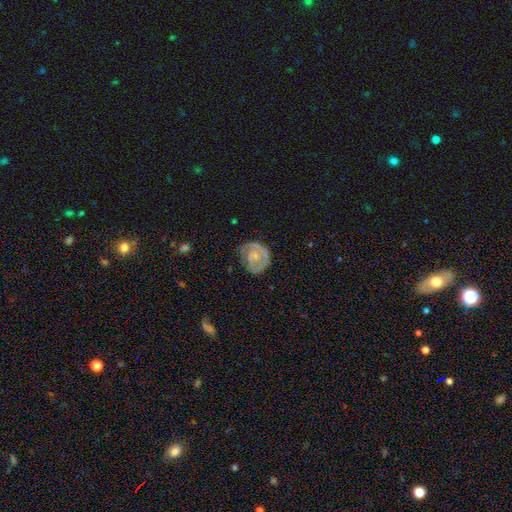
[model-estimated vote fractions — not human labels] smooth_or_featured: featured or disk (p=0.67) [alt: smooth p=0.26]
disk_edge_on: no (p=0.98) [alt: yes p=0.02]
bar: no (p=0.73) [alt: weak p=0.23]
has_spiral_arms: yes (p=0.79) [alt: no p=0.21]
spiral_winding: tight (p=0.59) [alt: medium p=0.29]
spiral_arm_count: 2 (p=0.35) [alt: 1 p=0.30]
bulge_size: small (p=0.55) [alt: moderate p=0.23]
merging: none (p=0.62) [alt: minor disturbance p=0.24]